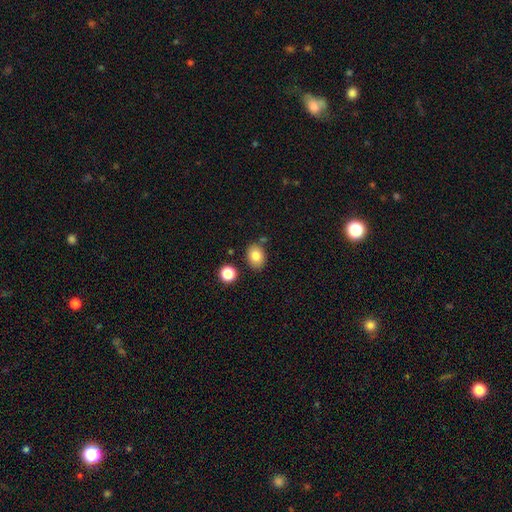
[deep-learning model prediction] The model was most divided on "how rounded": in between: 65%, round: 34%, cigar-shaped: 1%. More confident: smooth or featured — smooth (83%); merging — none (80%).